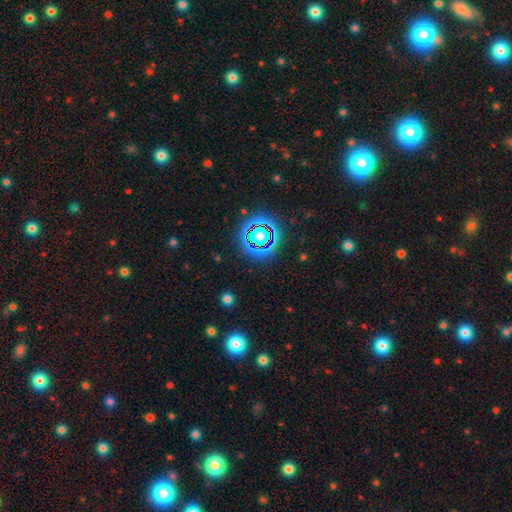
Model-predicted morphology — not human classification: smooth-or-featured: star or artifact: 77% | smooth: 14% | featured or disk: 9%